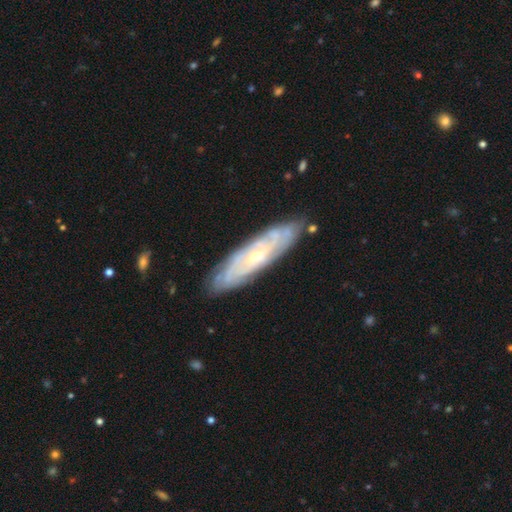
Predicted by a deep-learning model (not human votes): smooth_or_featured: featured or disk (p=0.81) [alt: smooth p=0.13]
disk_edge_on: no (p=0.76) [alt: yes p=0.24]
bar: no (p=0.73) [alt: weak p=0.21]
has_spiral_arms: yes (p=0.90) [alt: no p=0.10]
spiral_winding: tight (p=0.75) [alt: medium p=0.20]
spiral_arm_count: can't tell (p=0.56) [alt: 2 p=0.15]
bulge_size: small (p=0.62) [alt: moderate p=0.35]
merging: none (p=0.84) [alt: minor disturbance p=0.12]